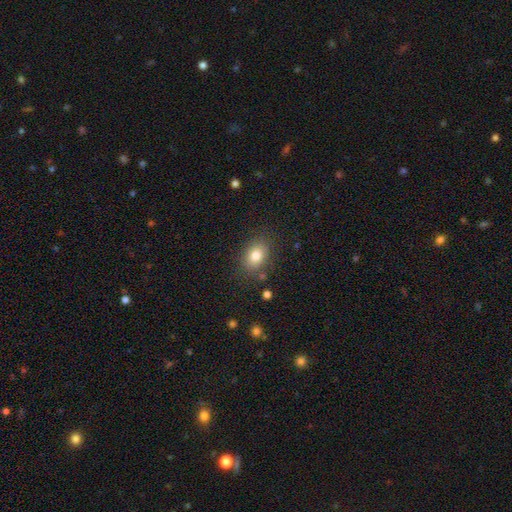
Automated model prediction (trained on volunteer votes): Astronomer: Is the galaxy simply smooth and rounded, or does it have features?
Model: smooth — 81%.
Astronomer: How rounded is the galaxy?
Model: in between — 75%.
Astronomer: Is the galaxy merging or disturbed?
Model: none — 82%.